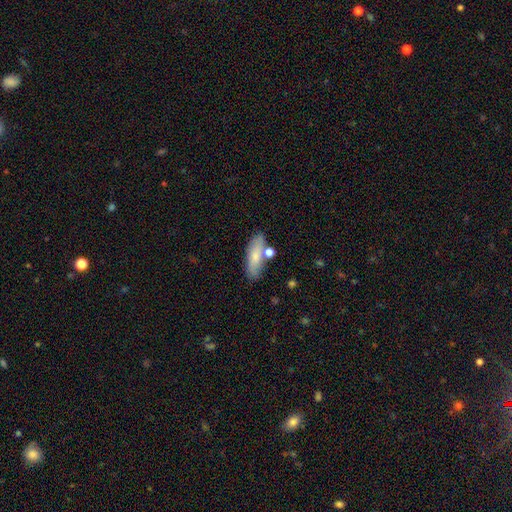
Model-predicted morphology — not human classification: smooth-or-featured: smooth: 75% | featured or disk: 18% | star or artifact: 7%
  how-rounded: in between: 58% | cigar-shaped: 39% | round: 3%
  merging: none: 69% | minor disturbance: 15% | merger: 12% | major disturbance: 4%